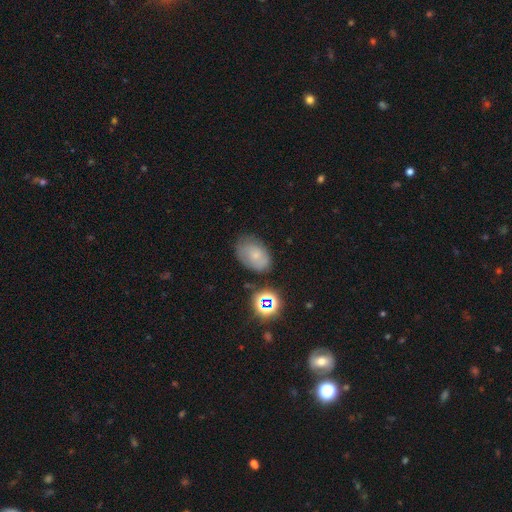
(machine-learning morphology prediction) Smooth or featured? smooth (61%)
How rounded? in between (82%)
Merging? none (67%)